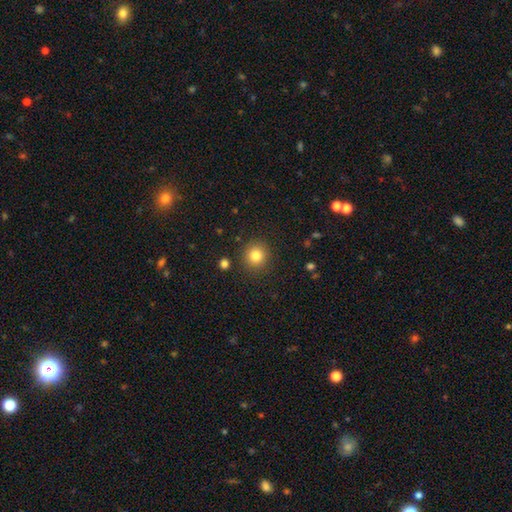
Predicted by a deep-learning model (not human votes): smooth 82%, star or artifact 11%, featured or disk 6%. Down the decision tree: how rounded — round (91%); merging — none (89%).